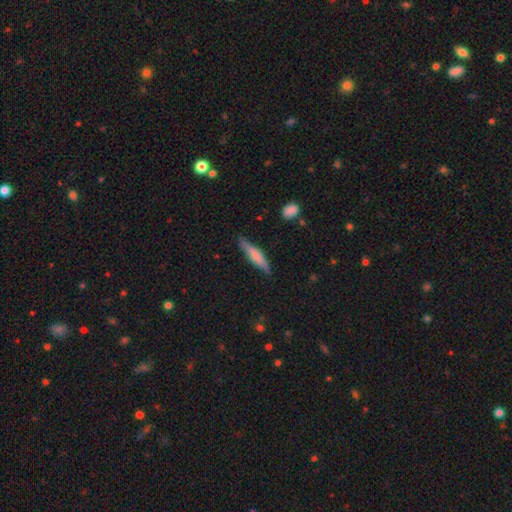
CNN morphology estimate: type=smooth (59%); roundness=cigar-shaped (85%); merging=none (83%).